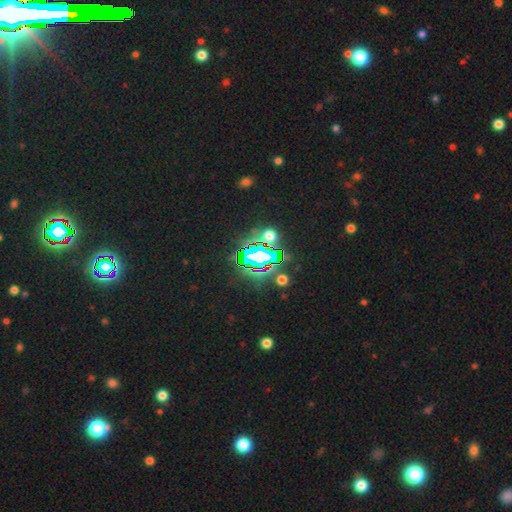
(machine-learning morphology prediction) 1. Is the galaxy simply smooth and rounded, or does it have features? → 78% star or artifact, 12% smooth, 10% featured or disk.